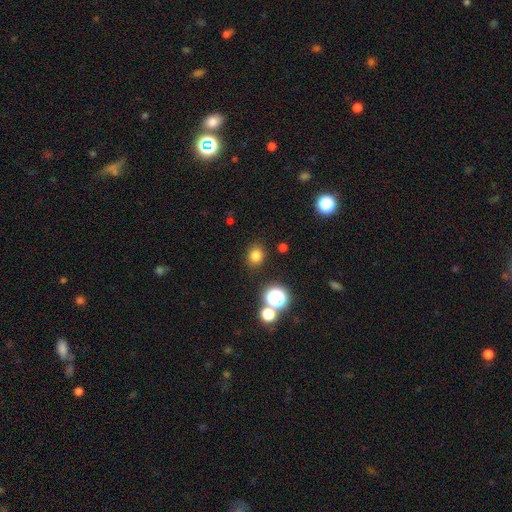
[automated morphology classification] A smooth galaxy with no disk features (78%) that is round (67%).

Vote fractions:
- Smooth or featured? smooth: 78% / star or artifact: 16% / featured or disk: 6%
- How rounded? round: 67% / in between: 32% / cigar-shaped: 1%
- Merging? none: 86% / minor disturbance: 8% / merger: 3% / major disturbance: 3%